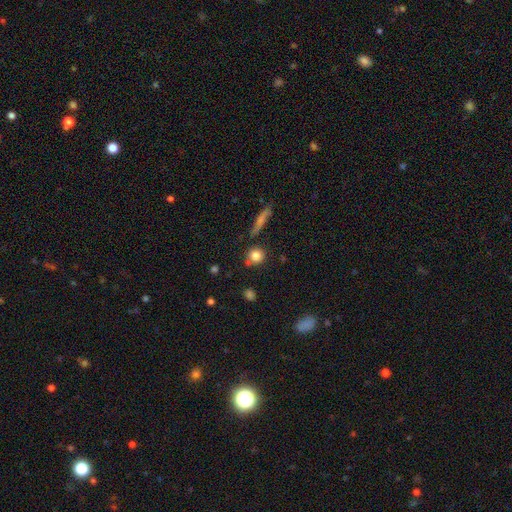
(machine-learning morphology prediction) Smooth or featured: smooth — 81% (star or artifact — 10%)
How rounded: round — 85% (in between — 12%)
Merging: none — 73% (minor disturbance — 15%)